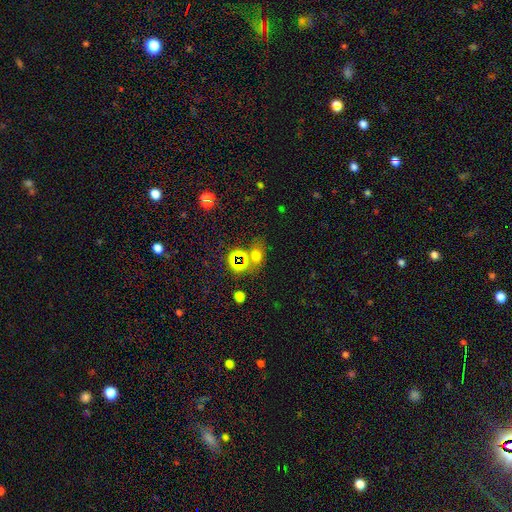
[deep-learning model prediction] smooth 53%, star or artifact 38%, featured or disk 10%. Down the decision tree: how rounded — in between (55%); merging — none (60%).